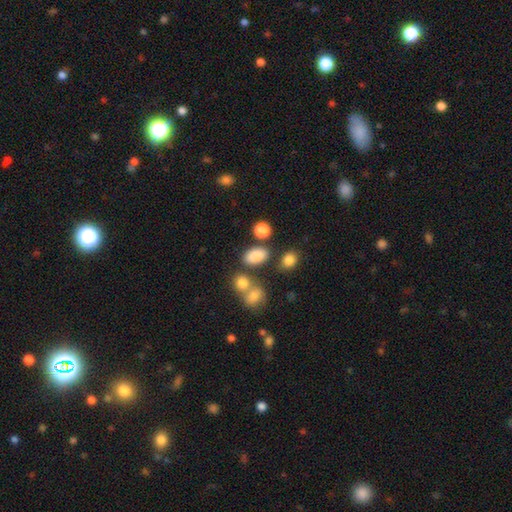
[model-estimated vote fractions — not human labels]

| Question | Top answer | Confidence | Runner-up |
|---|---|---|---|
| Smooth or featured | smooth | 84% | star or artifact (10%) |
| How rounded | in between | 87% | round (11%) |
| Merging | none | 72% | merger (13%) |